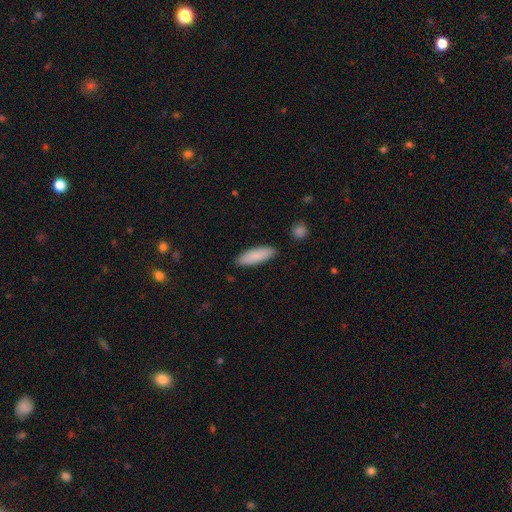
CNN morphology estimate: Q: Smooth or featured?
A: smooth (87%); runner-up: featured or disk (7%)
Q: How rounded?
A: in between (53%); runner-up: cigar-shaped (45%)
Q: Merging?
A: none (87%); runner-up: minor disturbance (9%)